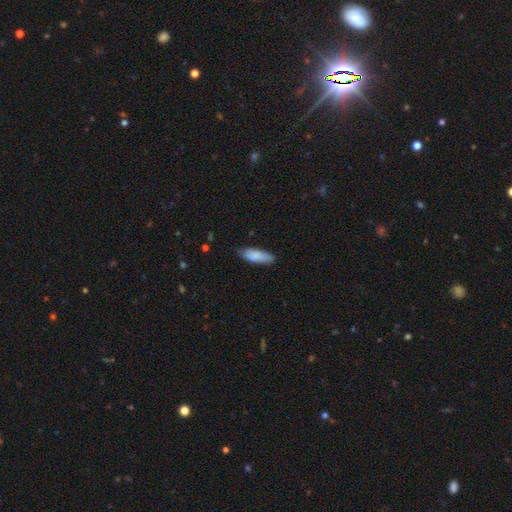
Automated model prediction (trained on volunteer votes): Smooth or featured? smooth (86%)
How rounded? in between (60%)
Merging? none (75%)